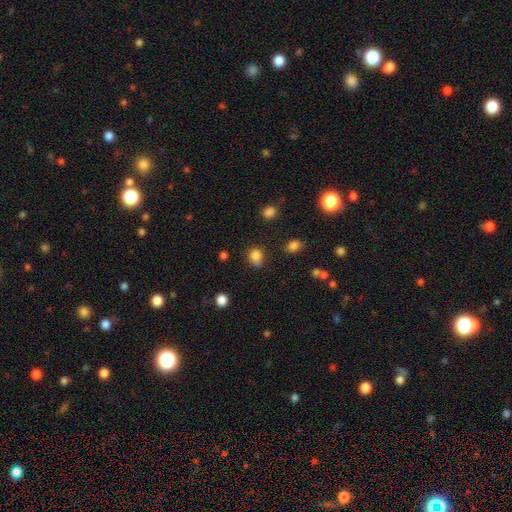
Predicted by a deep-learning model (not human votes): Smooth or featured? Predicted: smooth (p=0.82). How rounded? Predicted: round (p=0.61). Merging? Predicted: none (p=0.59).